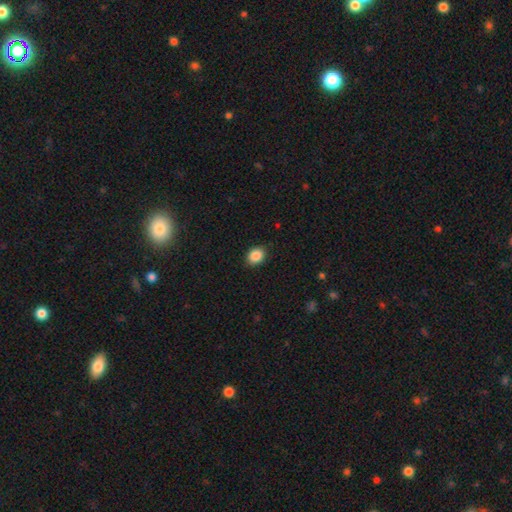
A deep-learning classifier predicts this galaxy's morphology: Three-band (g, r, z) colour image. It shows a smooth galaxy with no disk features (88%) that is in between round and cigar-shaped (58%). Merging: none (88%).